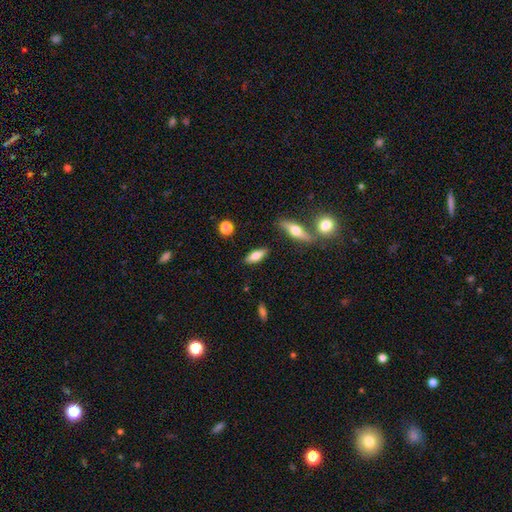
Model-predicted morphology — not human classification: Smooth or featured: smooth — 66% (featured or disk — 27%)
How rounded: in between — 61% (cigar-shaped — 36%)
Merging: none — 85% (minor disturbance — 9%)